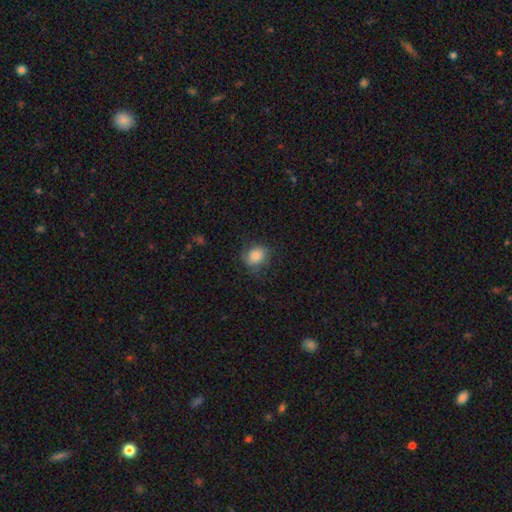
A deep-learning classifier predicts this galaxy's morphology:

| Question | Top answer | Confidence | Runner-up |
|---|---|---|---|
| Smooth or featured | smooth | 82% | featured or disk (9%) |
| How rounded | round | 55% | in between (44%) |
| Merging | none | 72% | minor disturbance (19%) |